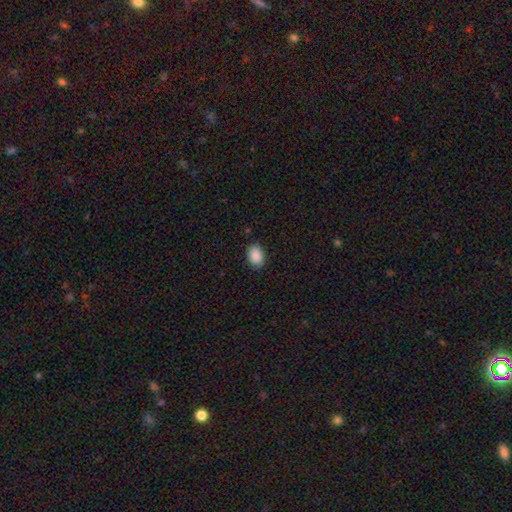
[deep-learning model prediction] smooth 90%, star or artifact 7%, featured or disk 3%. Down the decision tree: how rounded — in between (83%); merging — none (87%).